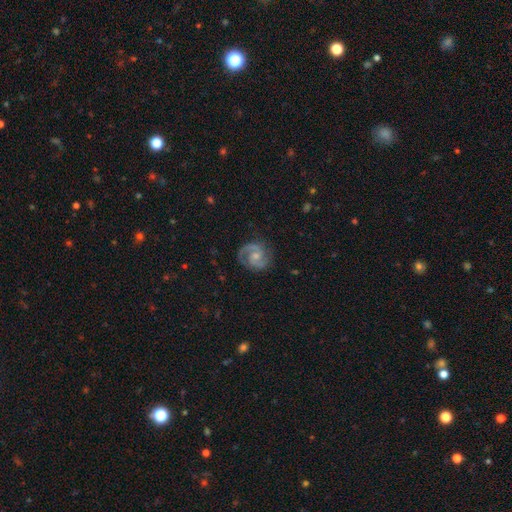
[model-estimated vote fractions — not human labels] Smooth or featured? featured or disk (89%)
Edge-on disk? no (98%)
Bar? no (54%)
Spiral arms? yes (98%)
Spiral winding? medium (52%)
Spiral arm count? 2 (92%)
Bulge size? small (46%)
Merging? none (82%)